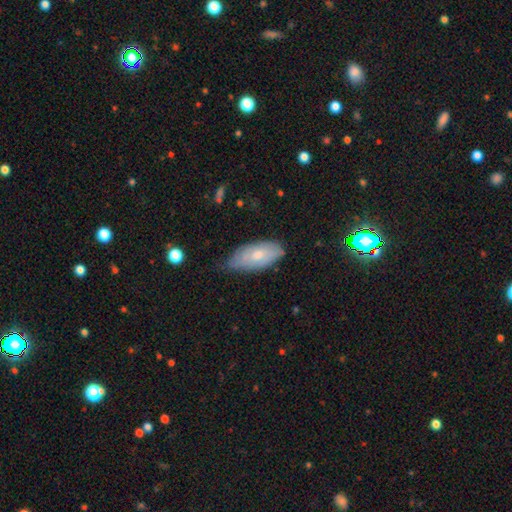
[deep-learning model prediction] smooth-or-featured: smooth: 58% | featured or disk: 35% | star or artifact: 7%
  how-rounded: in between: 88% | cigar-shaped: 9% | round: 3%
  merging: none: 54% | minor disturbance: 37% | major disturbance: 7% | merger: 2%